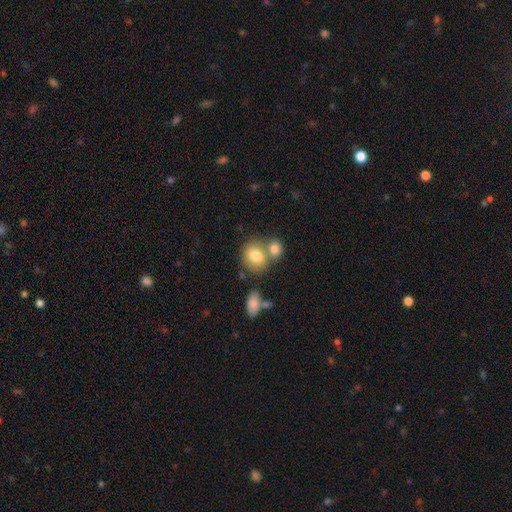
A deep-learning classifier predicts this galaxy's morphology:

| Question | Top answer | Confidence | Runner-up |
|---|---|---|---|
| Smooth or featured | smooth | 79% | featured or disk (12%) |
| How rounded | round | 66% | in between (33%) |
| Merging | none | 47% | merger (40%) |